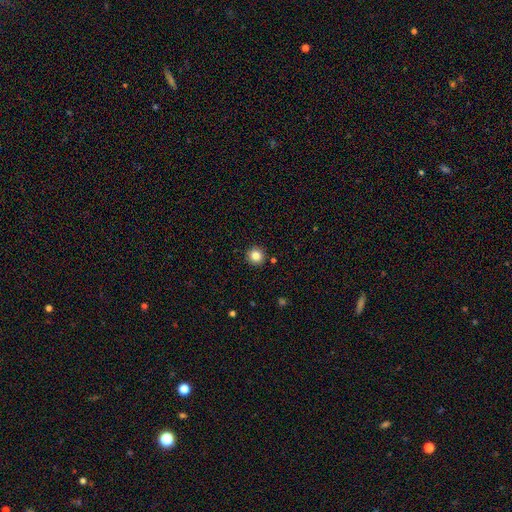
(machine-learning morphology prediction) Smooth or featured: smooth — 83% (star or artifact — 11%)
How rounded: round — 94% (in between — 5%)
Merging: none — 92% (minor disturbance — 5%)